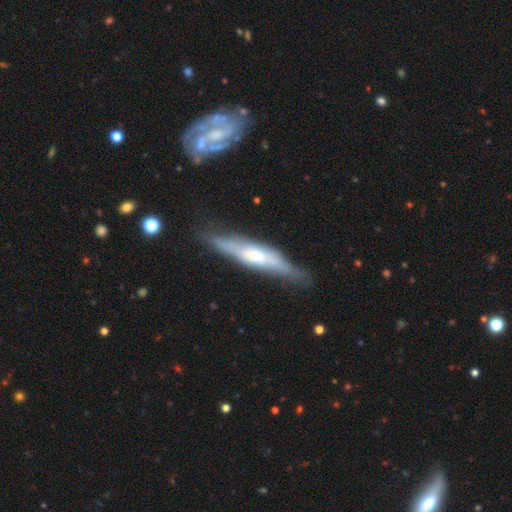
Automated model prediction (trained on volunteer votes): Overall: featured or disk (59%; smooth 35%). Edge-on disk: yes (77%). Merging: none (72%).